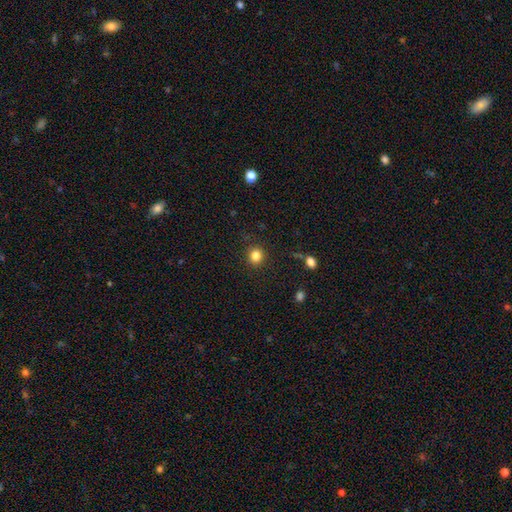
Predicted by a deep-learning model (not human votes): smooth_or_featured: smooth (p=0.83) [alt: star or artifact p=0.12]
how_rounded: round (p=0.90) [alt: in between p=0.09]
merging: none (p=0.90) [alt: minor disturbance p=0.06]